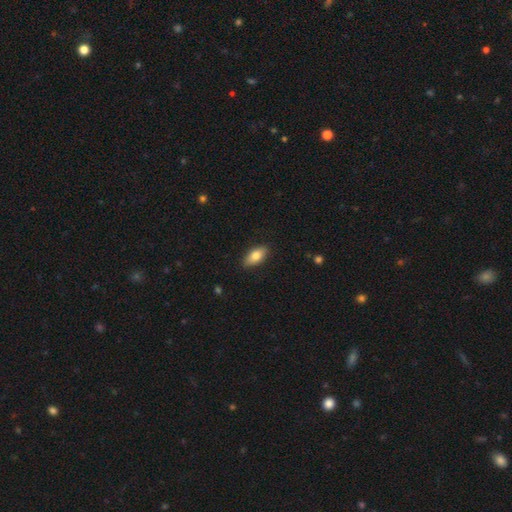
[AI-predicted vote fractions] smooth-or-featured: smooth: 79% | featured or disk: 14% | star or artifact: 7%
  how-rounded: in between: 87% | cigar-shaped: 9% | round: 3%
  merging: none: 87% | minor disturbance: 10% | major disturbance: 2% | merger: 1%